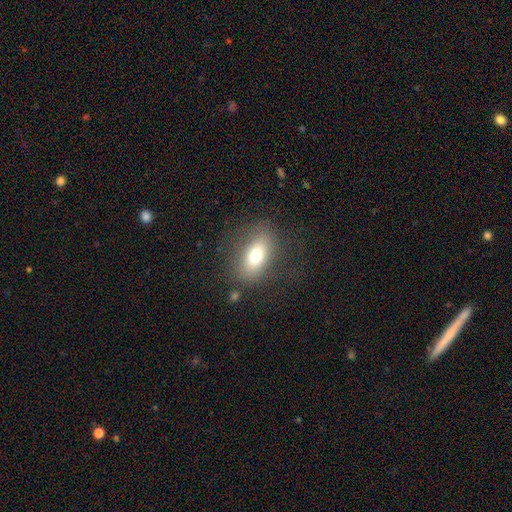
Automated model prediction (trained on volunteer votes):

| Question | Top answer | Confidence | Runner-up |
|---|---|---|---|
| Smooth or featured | smooth | 72% | featured or disk (18%) |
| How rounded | in between | 84% | round (11%) |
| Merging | none | 76% | minor disturbance (14%) |